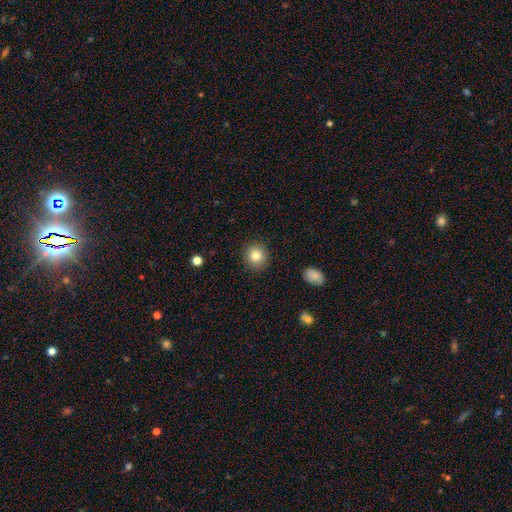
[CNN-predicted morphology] smooth 82%, star or artifact 10%, featured or disk 8%. Down the decision tree: how rounded — round (88%); merging — none (90%).